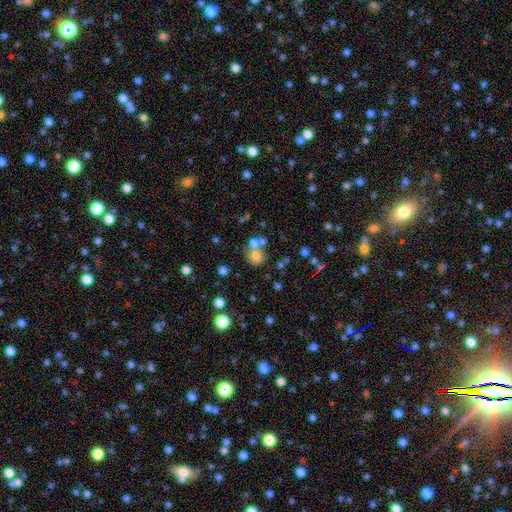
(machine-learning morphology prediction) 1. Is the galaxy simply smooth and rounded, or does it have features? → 71% smooth, 16% star or artifact, 12% featured or disk.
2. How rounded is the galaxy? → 84% round, 15% in between, 1% cigar-shaped.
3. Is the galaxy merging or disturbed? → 53% none, 33% merger, 9% minor disturbance, 5% major disturbance.